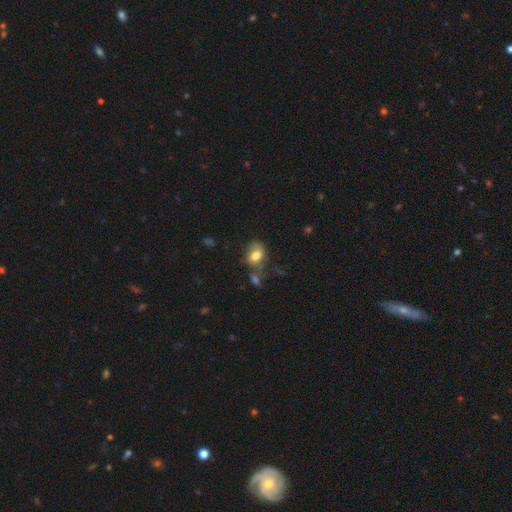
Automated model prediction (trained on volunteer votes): The model was most divided on "merging": none: 45%, minor disturbance: 24%, merger: 17%, major disturbance: 14%. More confident: smooth or featured — smooth (71%); how rounded — in between (64%).